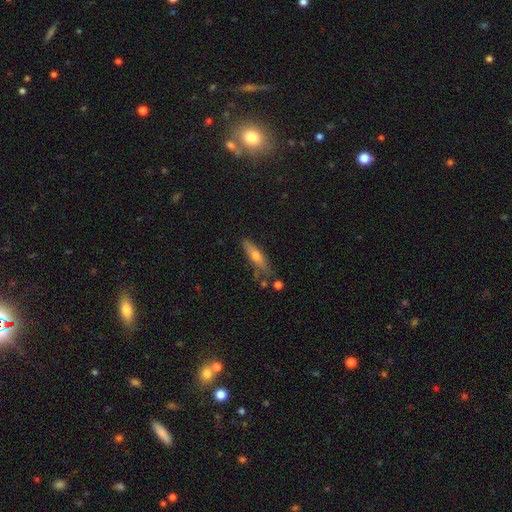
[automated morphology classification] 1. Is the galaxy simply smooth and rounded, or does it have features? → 55% smooth, 38% featured or disk, 7% star or artifact.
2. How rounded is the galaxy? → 75% cigar-shaped, 23% in between, 2% round.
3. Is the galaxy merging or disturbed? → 69% none, 19% minor disturbance, 7% merger, 5% major disturbance.